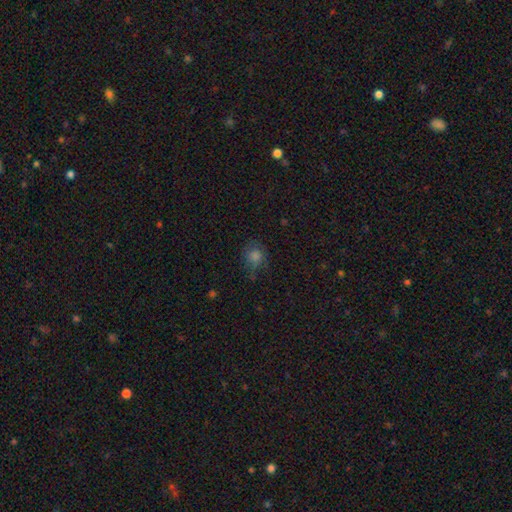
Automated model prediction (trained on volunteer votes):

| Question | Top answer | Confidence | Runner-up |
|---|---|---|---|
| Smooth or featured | smooth | 70% | star or artifact (20%) |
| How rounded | round | 77% | in between (22%) |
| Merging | none | 70% | minor disturbance (20%) |